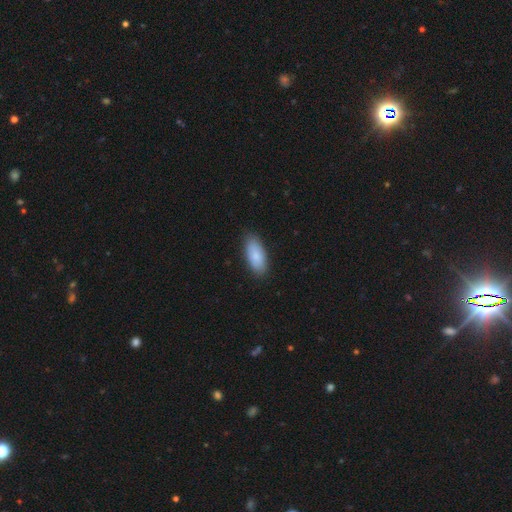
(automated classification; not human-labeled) Smooth or featured? Predicted: smooth (p=0.85). How rounded? Predicted: in between (p=0.86). Merging? Predicted: none (p=0.84).